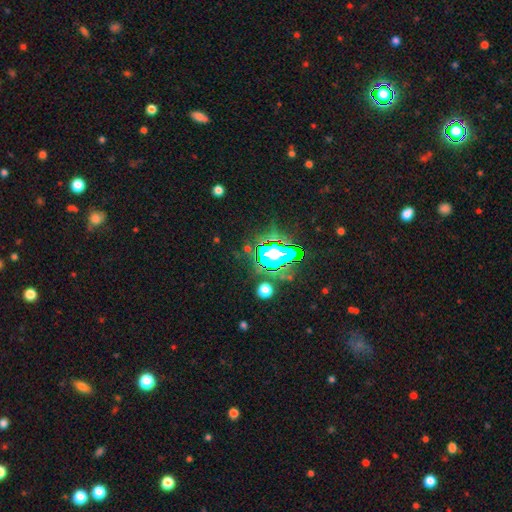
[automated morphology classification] Overall: star or artifact (82%).